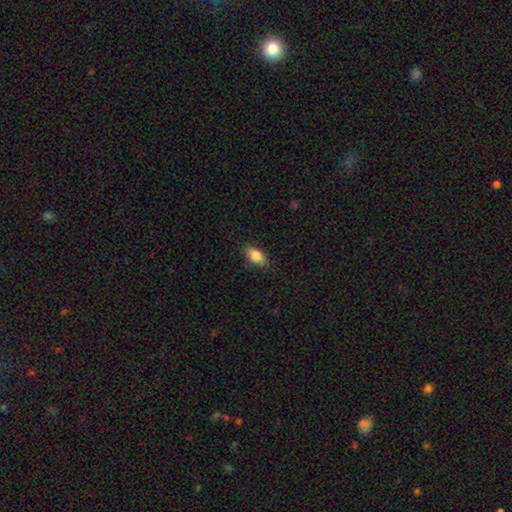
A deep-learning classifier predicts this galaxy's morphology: Smooth or featured: smooth — 84% (featured or disk — 8%)
How rounded: in between — 89% (cigar-shaped — 6%)
Merging: none — 84% (minor disturbance — 13%)